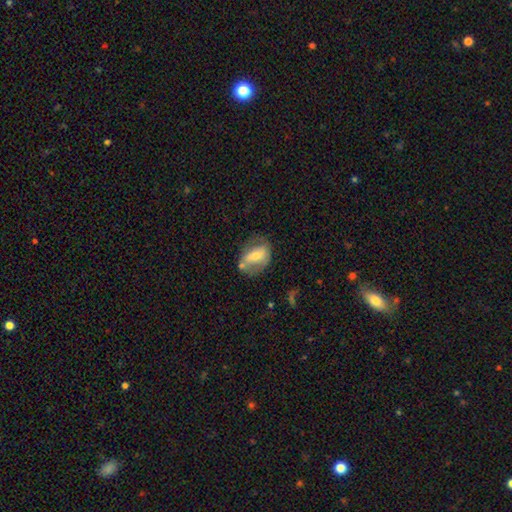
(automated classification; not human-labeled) Morphology: type=smooth (52%); roundness=in between (80%); merging=none (49%).